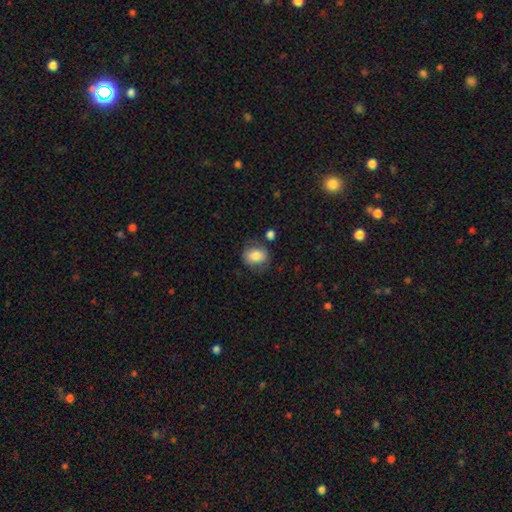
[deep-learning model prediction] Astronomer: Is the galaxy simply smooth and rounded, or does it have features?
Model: smooth — 77%.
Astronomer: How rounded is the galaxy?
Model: round — 52% (runner-up: in between, 47%).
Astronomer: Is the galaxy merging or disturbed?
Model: none — 67%.